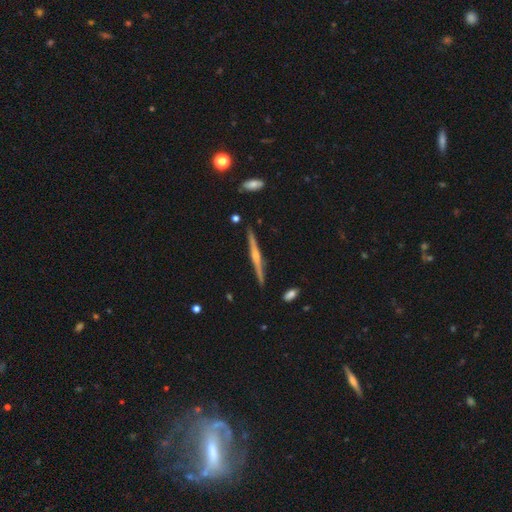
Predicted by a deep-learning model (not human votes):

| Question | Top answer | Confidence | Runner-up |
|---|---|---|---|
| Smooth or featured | featured or disk | 75% | smooth (19%) |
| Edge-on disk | yes | 98% | no (2%) |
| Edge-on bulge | rounded | 73% | none (17%) |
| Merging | none | 90% | minor disturbance (7%) |